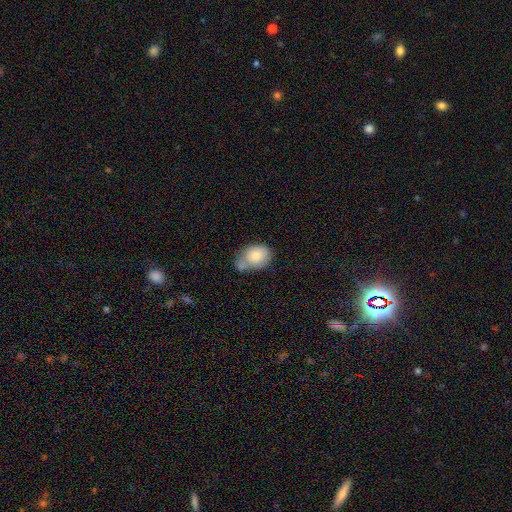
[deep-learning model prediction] Overall: smooth (78%). How rounded: in between (64%; round 35%). Merging: none (34%; merger 33%).